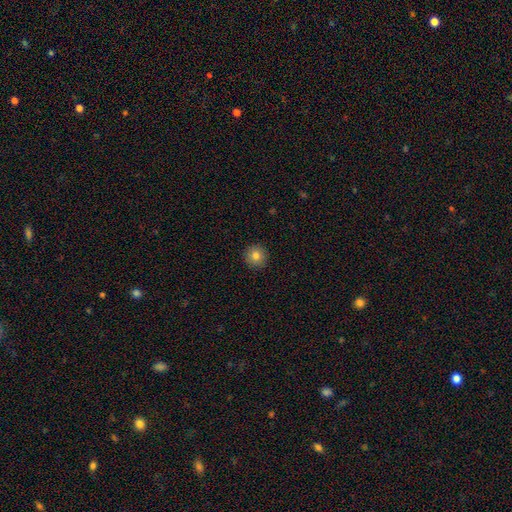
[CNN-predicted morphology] Smooth or featured: smooth — 82% (star or artifact — 10%)
How rounded: round — 95% (in between — 4%)
Merging: none — 93% (minor disturbance — 5%)